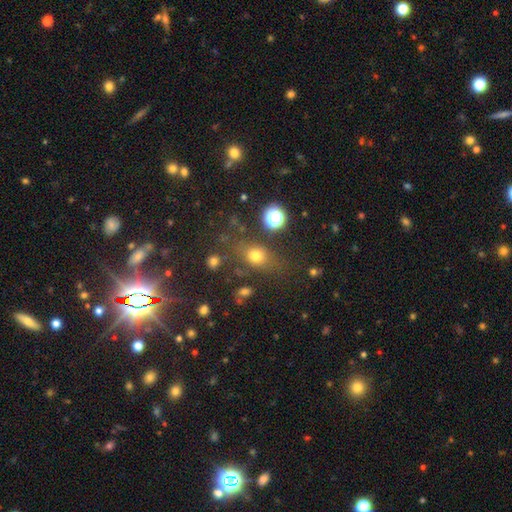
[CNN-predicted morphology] Overall: smooth (70%). How rounded: in between (49%; round 48%). Merging: none (70%).